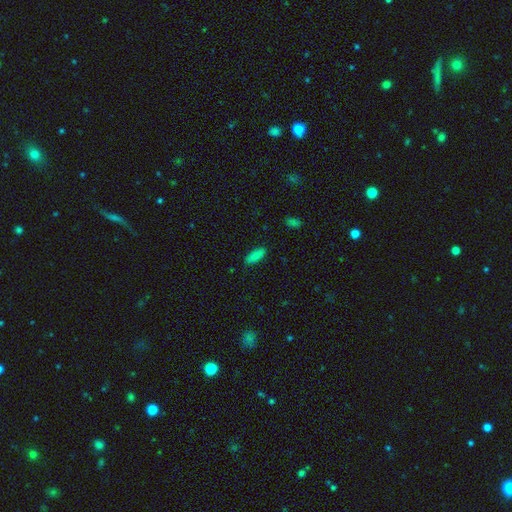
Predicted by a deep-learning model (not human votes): Smooth or featured: smooth — 80% (featured or disk — 11%)
How rounded: in between — 76% (cigar-shaped — 22%)
Merging: none — 86% (minor disturbance — 11%)